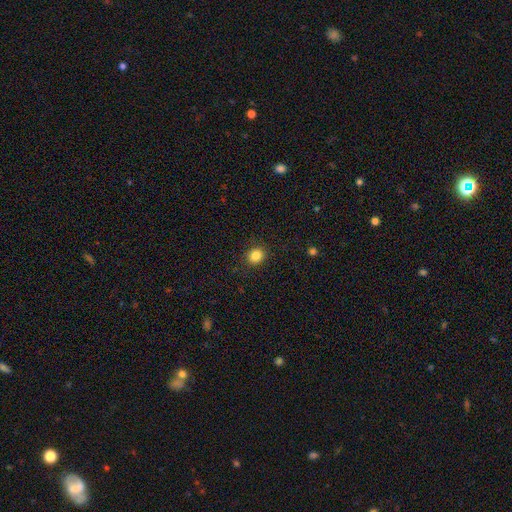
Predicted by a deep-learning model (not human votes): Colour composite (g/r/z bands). It shows a smooth galaxy with no disk features (85%) that is round (76%). Merging: none (89%).